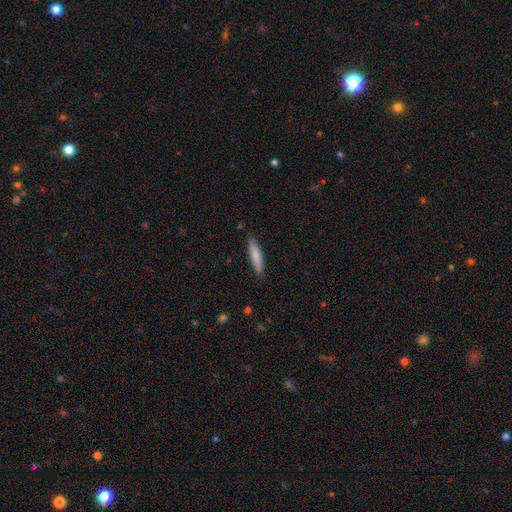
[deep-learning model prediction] Overall: smooth (79%). How rounded: cigar-shaped (83%). Merging: none (87%).